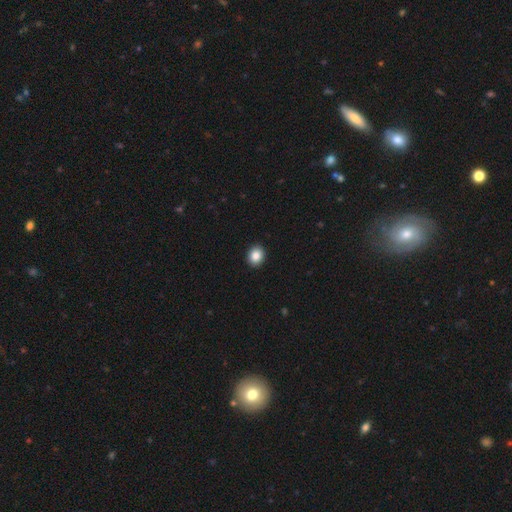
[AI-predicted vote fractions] Smooth or featured: smooth — 86% (star or artifact — 9%)
How rounded: round — 58% (in between — 41%)
Merging: none — 92% (minor disturbance — 5%)